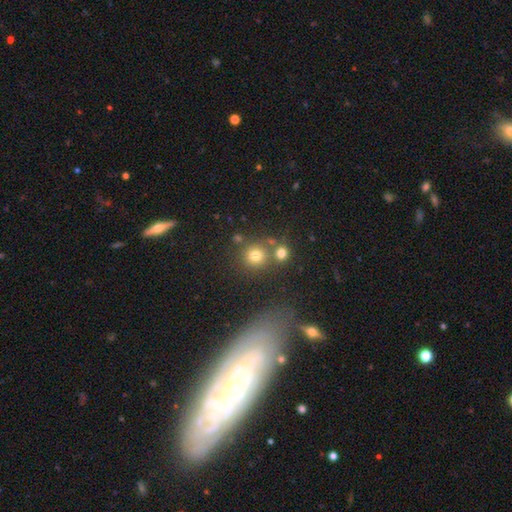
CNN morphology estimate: type=smooth (75%); roundness=round (90%); merging=none (69%).